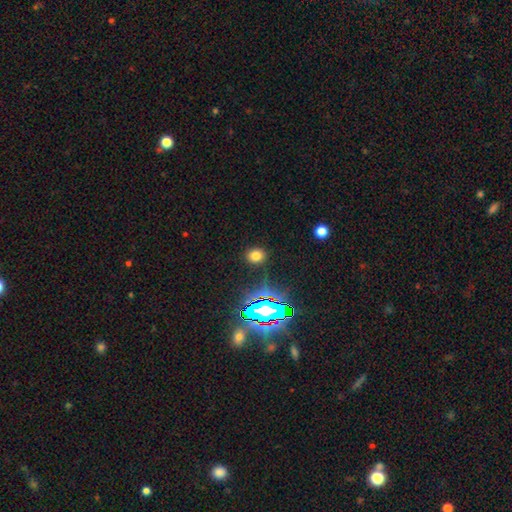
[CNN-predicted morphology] Smooth or featured?
  - smooth: 70% *
  - star or artifact: 22%
  - featured or disk: 7%
How rounded?
  - round: 68% *
  - in between: 31%
  - cigar-shaped: 1%
Merging?
  - none: 86% *
  - minor disturbance: 8%
  - major disturbance: 3%
  - merger: 2%